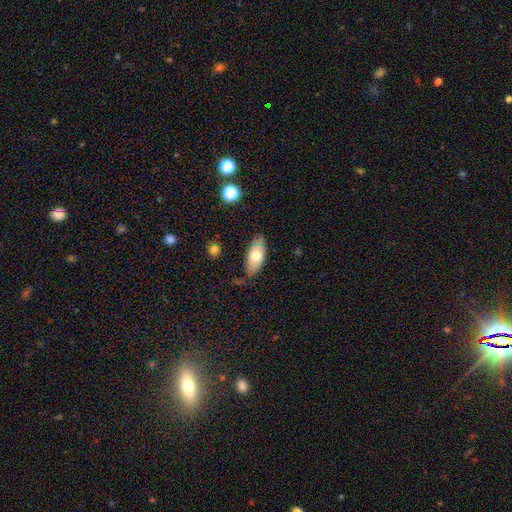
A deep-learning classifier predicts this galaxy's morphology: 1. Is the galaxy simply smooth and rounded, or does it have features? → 69% smooth, 24% featured or disk, 7% star or artifact.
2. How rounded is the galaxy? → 87% in between, 9% cigar-shaped, 3% round.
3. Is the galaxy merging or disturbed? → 72% none, 21% minor disturbance, 4% major disturbance, 3% merger.